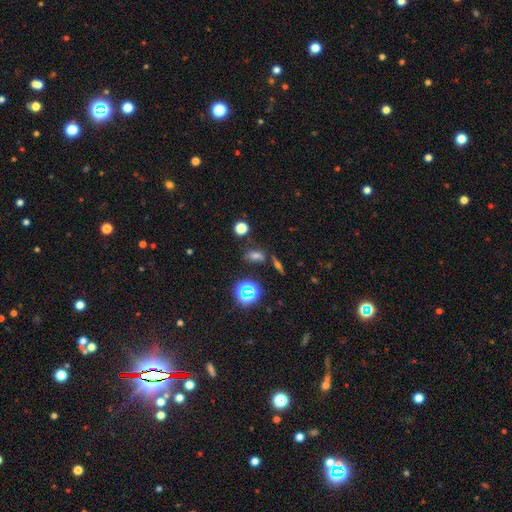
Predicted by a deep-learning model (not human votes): A smooth galaxy with no disk features (57%) that is in between round and cigar-shaped (66%). Merging: none (72%).